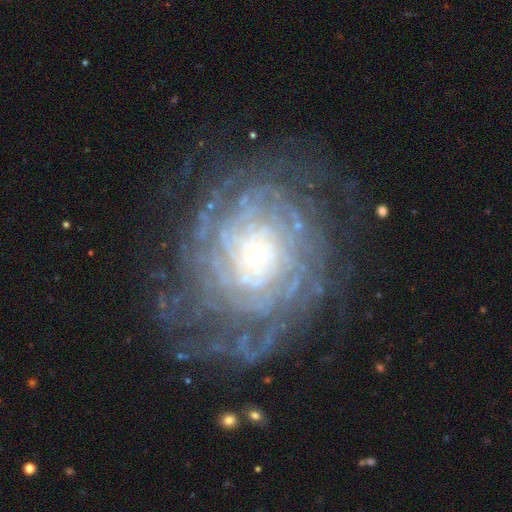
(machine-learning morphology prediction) The model was most divided on "spiral arm count": can't tell: 32%, more than 4: 30%, 4: 14%, 3: 9%, 2: 8%, 1: 7%. More confident: edge-on disk — no (97%); spiral arms — yes (95%); smooth or featured — featured or disk (87%); bar — no (80%); bulge size — small (80%); spiral winding — tight (79%); merging — none (69%).